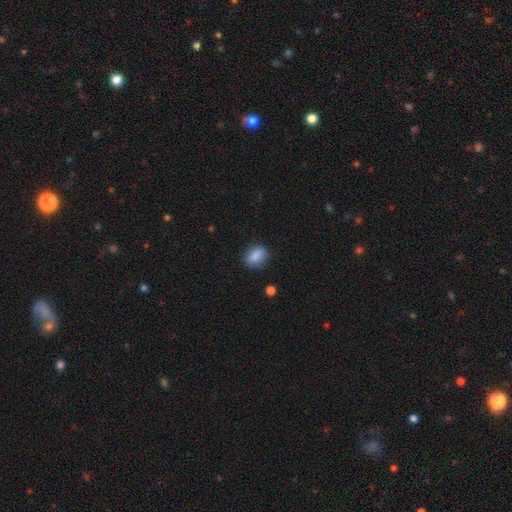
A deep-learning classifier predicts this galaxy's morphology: Overall: smooth (86%). How rounded: in between (69%; round 29%). Merging: none (82%).